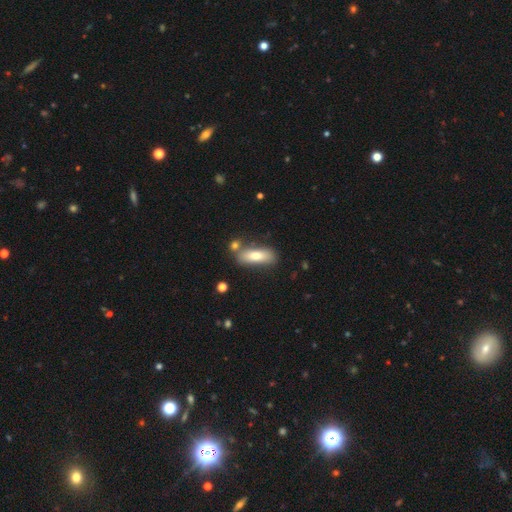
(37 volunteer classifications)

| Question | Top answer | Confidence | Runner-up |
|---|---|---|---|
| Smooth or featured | smooth | 70% | featured or disk (22%) |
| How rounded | in between | 50% | cigar-shaped (38%) |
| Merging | none | 76% | merger (15%) |